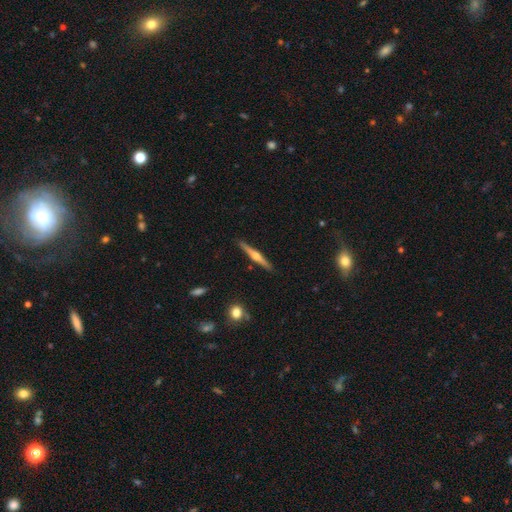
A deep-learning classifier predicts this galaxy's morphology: smooth_or_featured: featured or disk (p=0.70) [alt: smooth p=0.25]
disk_edge_on: yes (p=0.98) [alt: no p=0.02]
edge_on_bulge: rounded (p=0.89) [alt: boxy p=0.05]
merging: none (p=0.90) [alt: minor disturbance p=0.07]